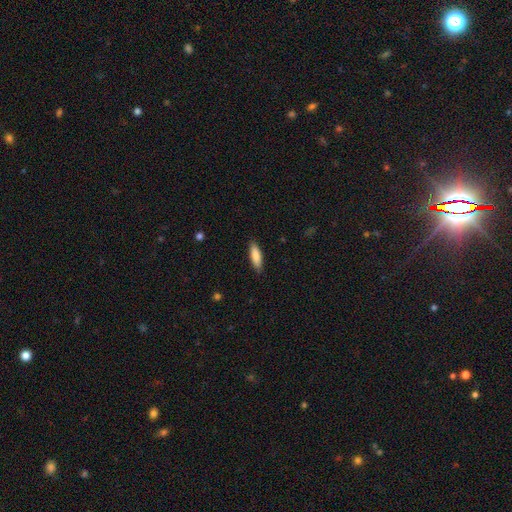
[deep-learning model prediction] A smooth galaxy with no disk features (84%) that is cigar-shaped (52%). Merging: none (89%).